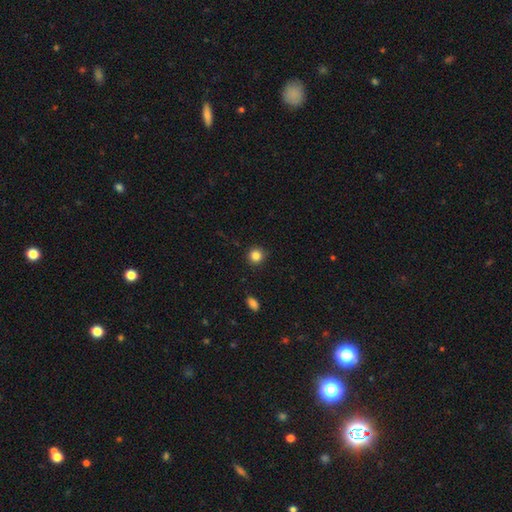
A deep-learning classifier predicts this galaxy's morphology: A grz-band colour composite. It shows a smooth galaxy with no disk features (84%) that is round (93%). Merging: none (91%).